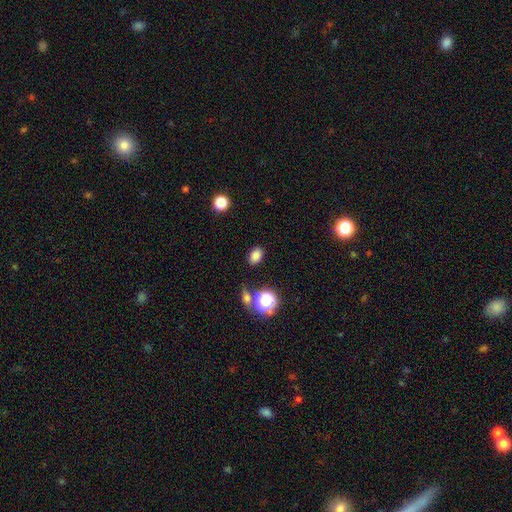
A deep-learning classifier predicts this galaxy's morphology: A smooth galaxy with no disk features (81%) that is in between round and cigar-shaped (76%). Merging: none (83%).